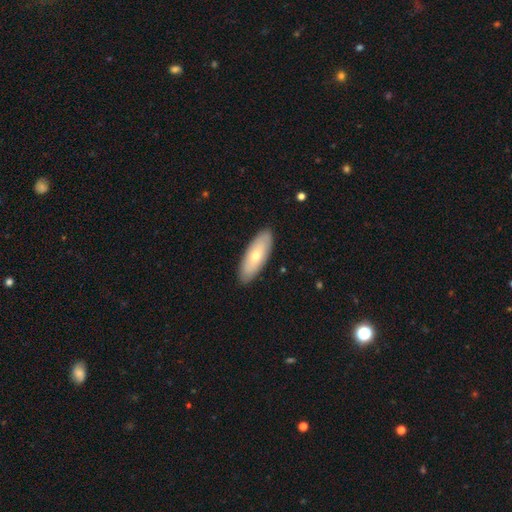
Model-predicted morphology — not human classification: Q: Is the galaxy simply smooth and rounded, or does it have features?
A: smooth — 60%.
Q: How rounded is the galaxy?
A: in between — 72%.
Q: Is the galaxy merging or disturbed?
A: none — 89%.